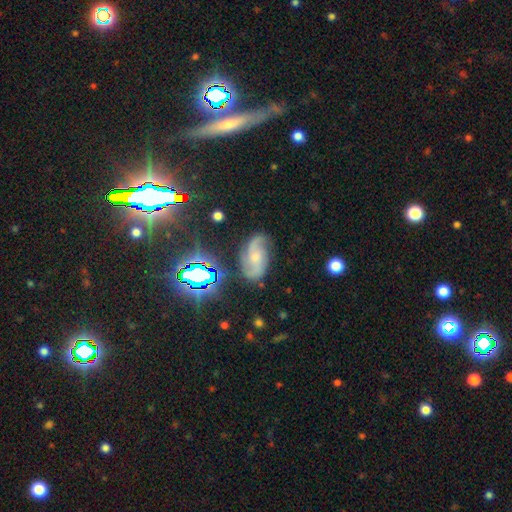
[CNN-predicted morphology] Overall: featured or disk (71%). Edge-on disk: no (96%). Bar: no (58%; weak 34%). Spiral arms: yes (95%). Spiral arm count: 2 (75%). Spiral winding: loose (47%; medium 39%). Bulge size: small (48%; moderate 36%). Merging: none (69%).